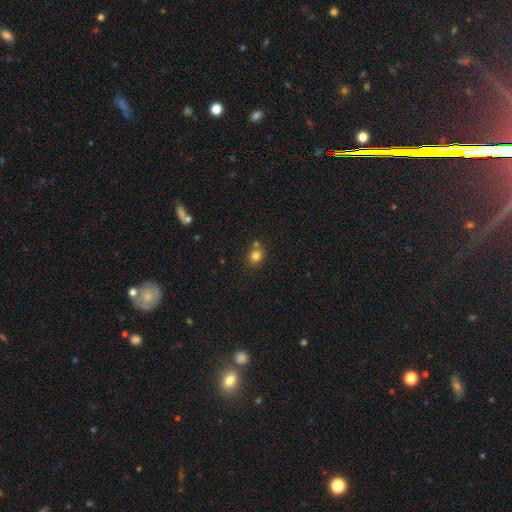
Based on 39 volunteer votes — Smooth or featured?
  - smooth: 82% *
  - featured or disk: 10%
  - star or artifact: 8%
How rounded?
  - round: 72% *
  - in between: 28%
  - cigar-shaped: 0%
Merging?
  - none: 72% *
  - merger: 22%
  - minor disturbance: 6%
  - major disturbance: 0%